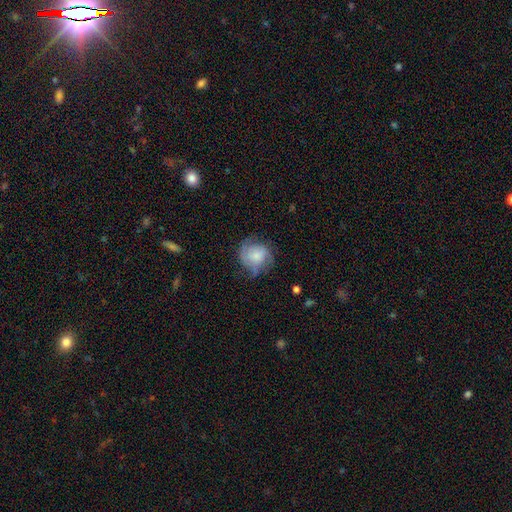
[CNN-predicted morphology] smooth-or-featured: smooth: 53% | featured or disk: 39% | star or artifact: 8%
  how-rounded: round: 81% | in between: 18% | cigar-shaped: 1%
  merging: none: 56% | minor disturbance: 28% | major disturbance: 14% | merger: 2%